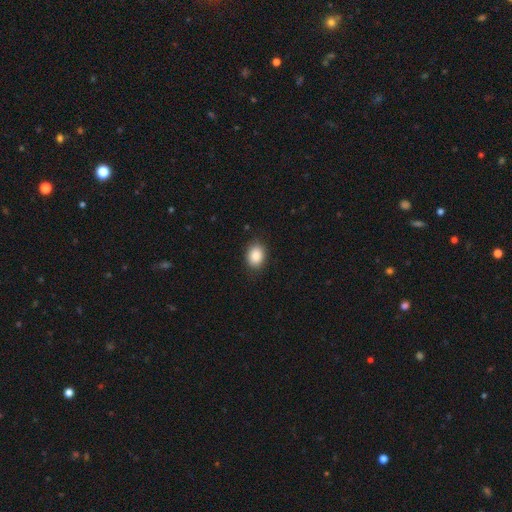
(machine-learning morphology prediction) Smooth or featured: smooth — 88% (star or artifact — 8%)
How rounded: in between — 67% (round — 32%)
Merging: none — 85% (minor disturbance — 11%)